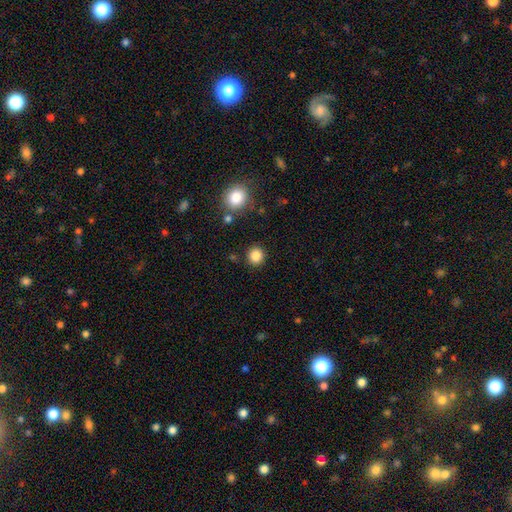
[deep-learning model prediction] Smooth or featured? smooth (85%)
How rounded? round (89%)
Merging? none (88%)